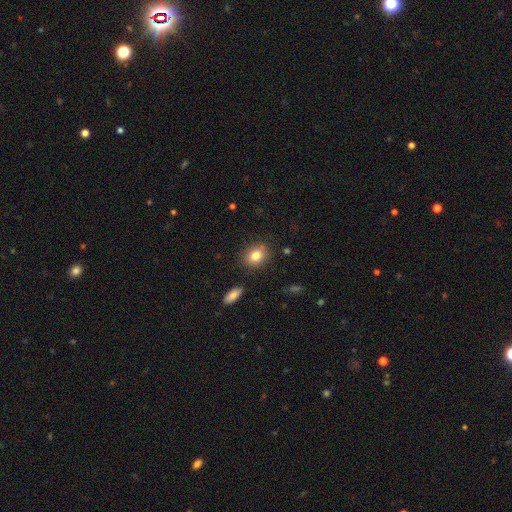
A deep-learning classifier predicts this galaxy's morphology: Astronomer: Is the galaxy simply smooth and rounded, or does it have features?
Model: smooth — 81%.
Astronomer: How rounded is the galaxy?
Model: in between — 53% (runner-up: round, 45%).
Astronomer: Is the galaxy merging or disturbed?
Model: none — 84%.